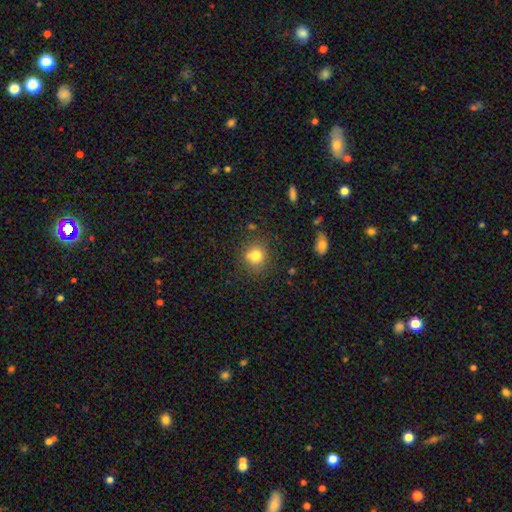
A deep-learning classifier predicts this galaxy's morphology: This is likely a smooth galaxy (77%). How rounded: clearly round (85%). Merging: likely none (74%).